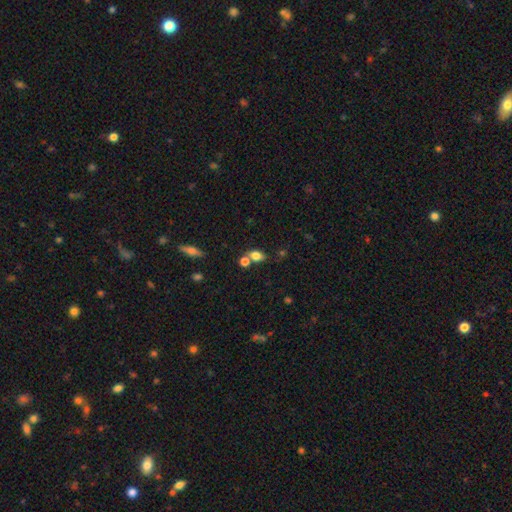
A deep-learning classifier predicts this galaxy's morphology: smooth 78%, star or artifact 12%, featured or disk 10%. Down the decision tree: how rounded — in between (71%); merging — none (54%).